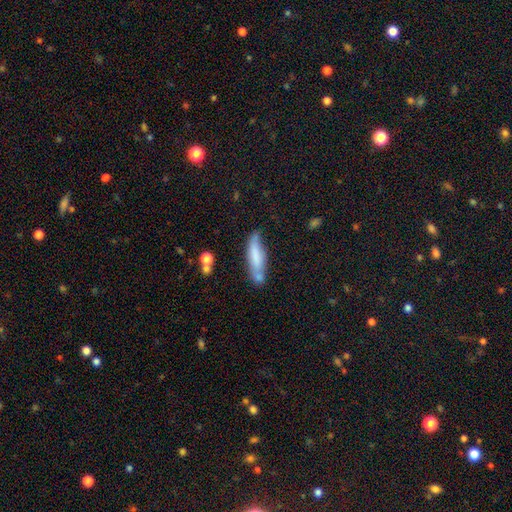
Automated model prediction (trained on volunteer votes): The model was most divided on "merging": none: 50%, minor disturbance: 26%, merger: 16%, major disturbance: 8%. More confident: how rounded — cigar-shaped (69%); smooth or featured — smooth (68%).